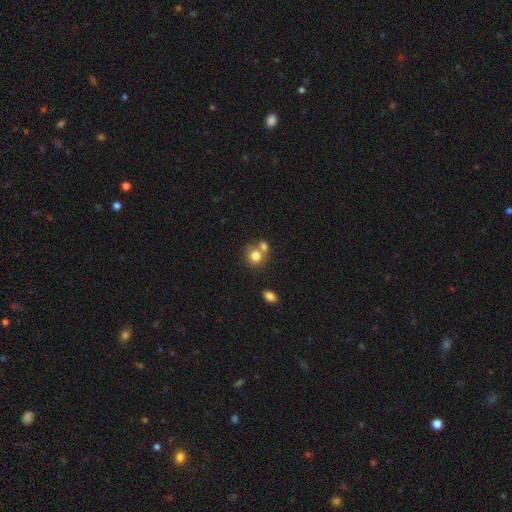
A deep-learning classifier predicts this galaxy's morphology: Smooth or featured: smooth — 80% (star or artifact — 10%)
How rounded: round — 77% (in between — 21%)
Merging: none — 47% (merger — 41%)